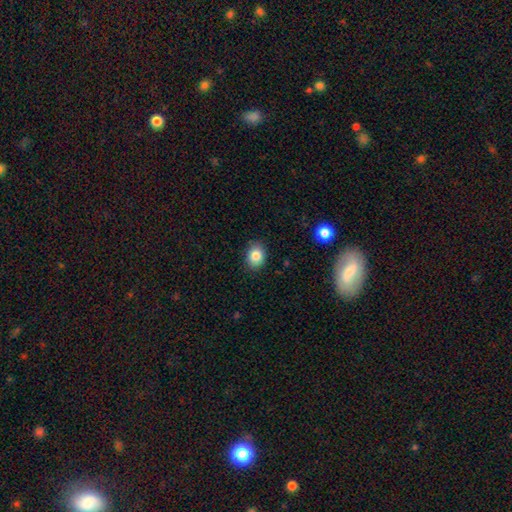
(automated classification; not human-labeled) This is clearly a smooth galaxy (85%). How rounded: possibly in between (57%). Merging: clearly none (87%).